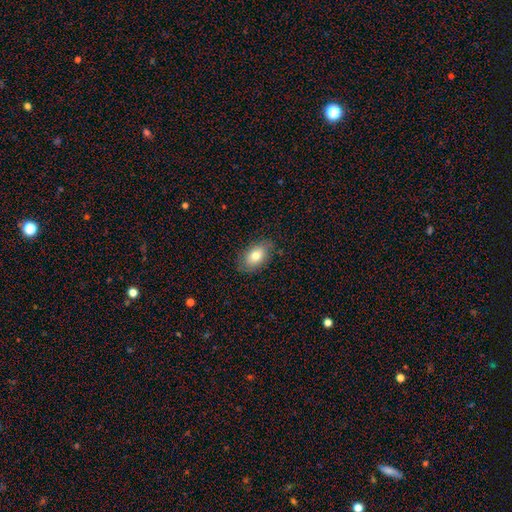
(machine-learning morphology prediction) This is likely a smooth galaxy (77%). How rounded: clearly in between (88%). Merging: clearly none (81%).